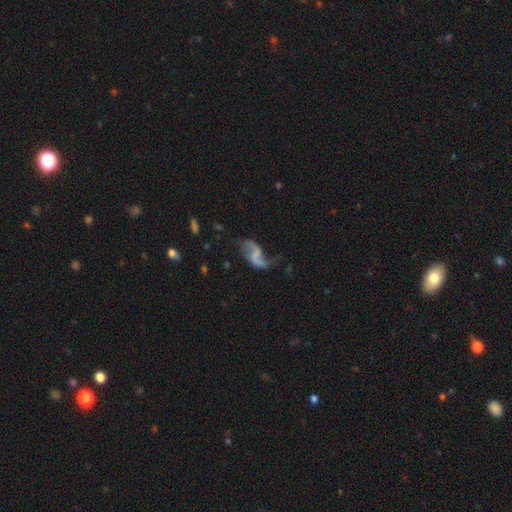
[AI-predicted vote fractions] A featured or disk galaxy (81%) with a weak bar (43%), 2 (86%) loose (87%) spiral arms (91%) and no central bulge (66%). Merging: none (54%).